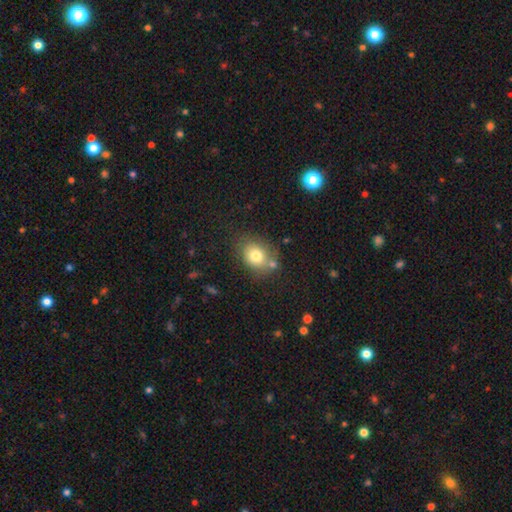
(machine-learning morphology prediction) Smooth or featured?
  - smooth: 76% *
  - featured or disk: 13%
  - star or artifact: 11%
How rounded?
  - in between: 50% *
  - round: 49%
  - cigar-shaped: 1%
Merging?
  - none: 65% *
  - minor disturbance: 17%
  - merger: 12%
  - major disturbance: 6%